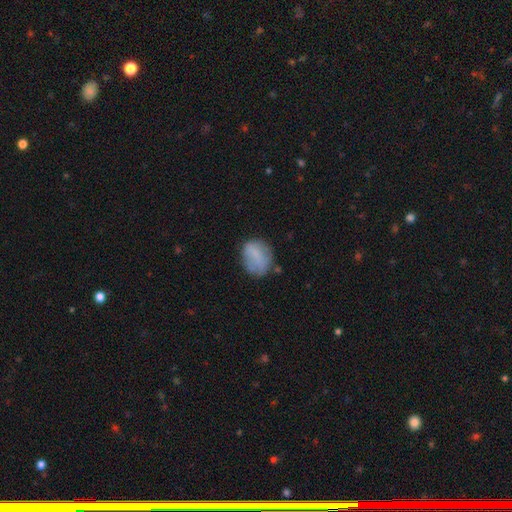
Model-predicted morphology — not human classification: Q: Smooth or featured?
A: smooth (72%); runner-up: featured or disk (20%)
Q: How rounded?
A: in between (52%); runner-up: round (46%)
Q: Merging?
A: none (62%); runner-up: minor disturbance (25%)